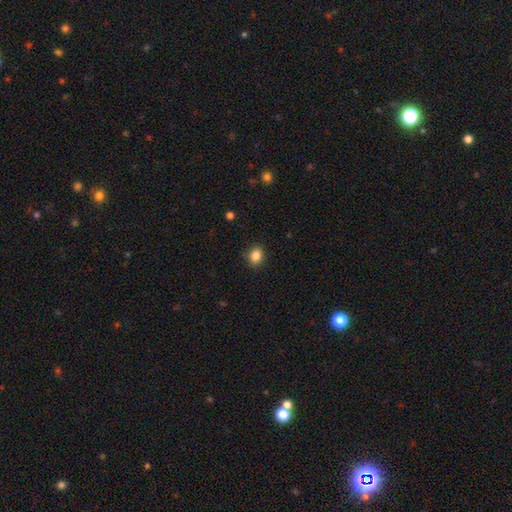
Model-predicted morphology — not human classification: smooth 86%, star or artifact 10%, featured or disk 4%. Down the decision tree: how rounded — round (50%); merging — none (88%).